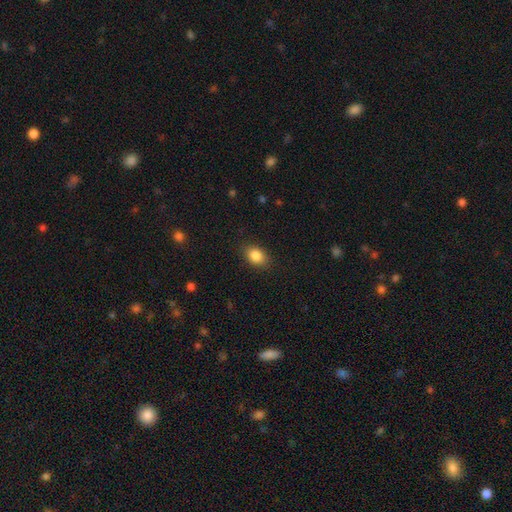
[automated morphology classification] A smooth galaxy with no disk features (86%) that is in between round and cigar-shaped (75%). Merging: none (85%).